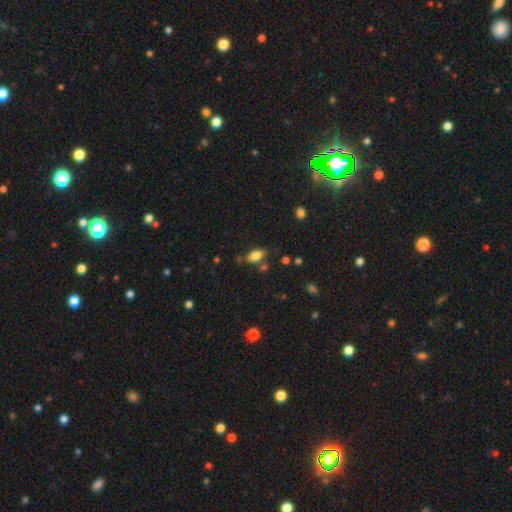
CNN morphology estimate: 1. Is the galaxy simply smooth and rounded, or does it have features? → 78% smooth, 12% featured or disk, 10% star or artifact.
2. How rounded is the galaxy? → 87% in between, 9% cigar-shaped, 5% round.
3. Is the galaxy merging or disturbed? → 69% none, 17% minor disturbance, 9% merger, 5% major disturbance.